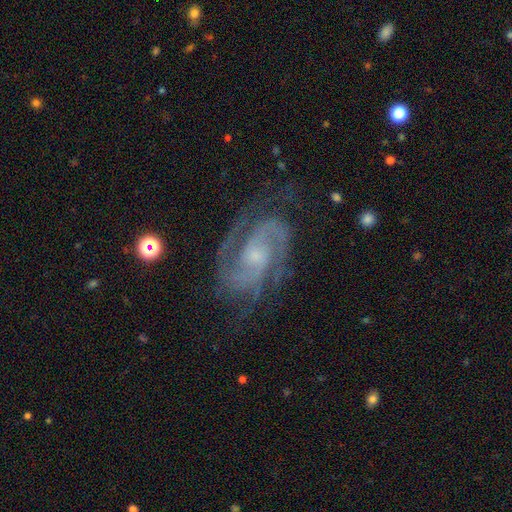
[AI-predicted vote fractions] Overall: featured or disk (91%). Edge-on disk: no (97%). Bar: no (51%; weak 39%). Spiral arms: yes (98%). Spiral arm count: 2 (78%). Spiral winding: medium (50%; tight 43%). Bulge size: small (64%). Merging: none (73%).